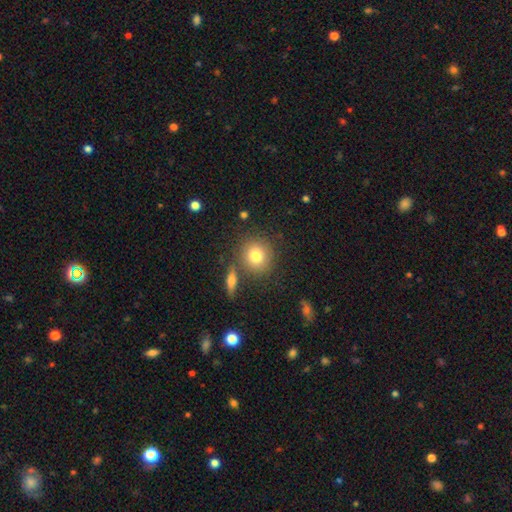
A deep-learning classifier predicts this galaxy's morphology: Overall: smooth (78%). How rounded: round (87%). Merging: none (75%).